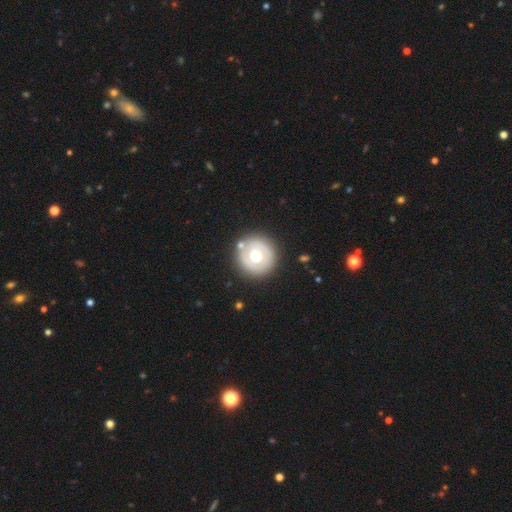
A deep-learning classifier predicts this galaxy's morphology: Smooth or featured? smooth (48%)
Merging? none (83%)